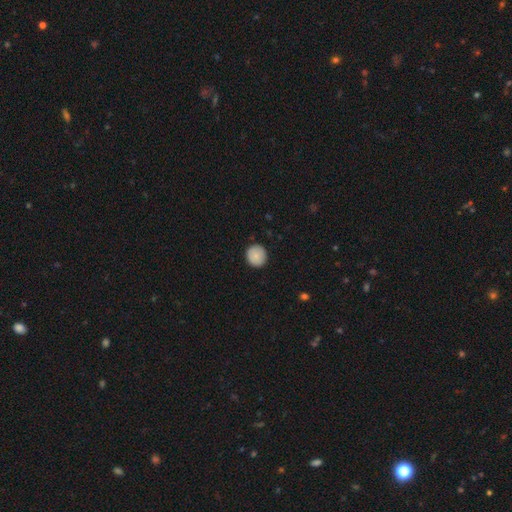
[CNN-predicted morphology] Smooth or featured?
  - smooth: 84% *
  - featured or disk: 8%
  - star or artifact: 8%
How rounded?
  - round: 91% *
  - in between: 8%
  - cigar-shaped: 1%
Merging?
  - none: 90% *
  - minor disturbance: 8%
  - major disturbance: 2%
  - merger: 1%